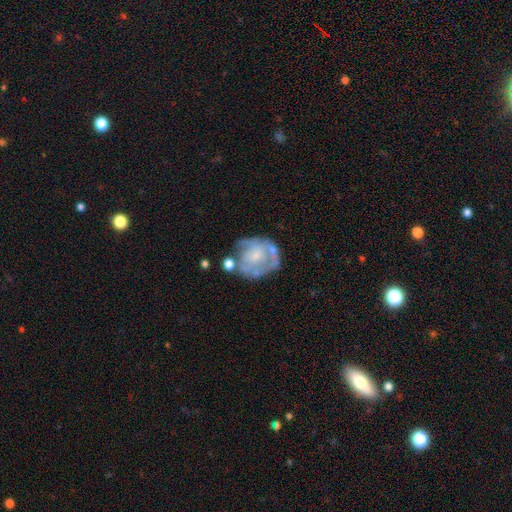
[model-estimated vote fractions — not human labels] A featured or disk galaxy (67%) with no bar (77%), spiral arms (53%) and a small central bulge (53%). Merging: none (44%).